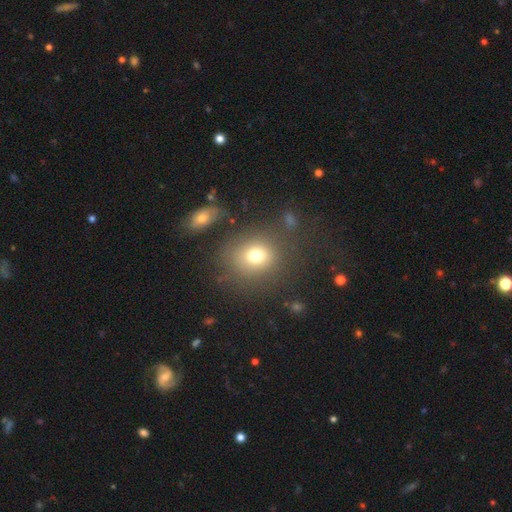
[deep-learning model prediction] Smooth or featured? Predicted: smooth (p=0.74). How rounded? Predicted: round (p=0.73). Merging? Predicted: none (p=0.76).